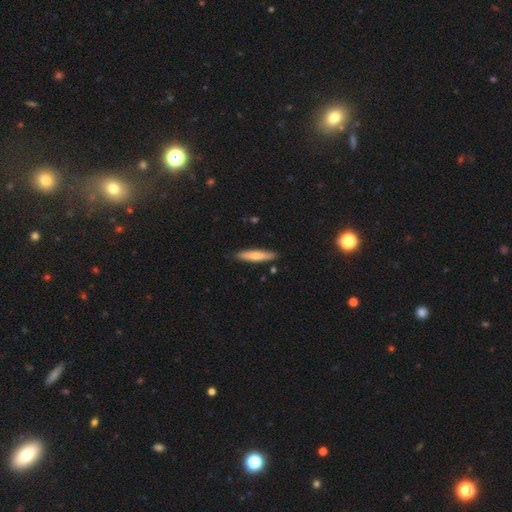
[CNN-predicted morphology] This appears to be a smooth galaxy with no disk features (68%) that is cigar-shaped (86%). Merging: none (87%).